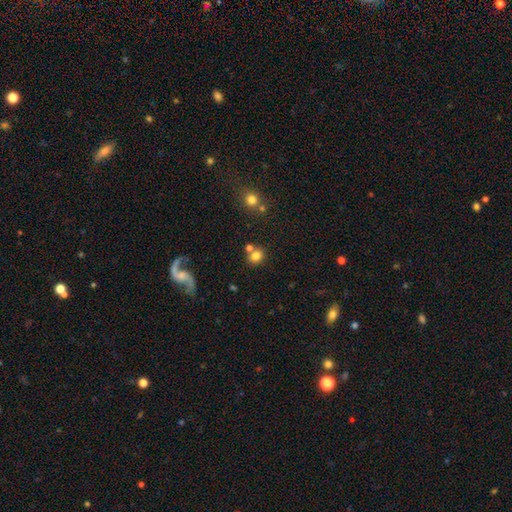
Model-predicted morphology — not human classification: type=smooth (78%); roundness=round (74%); merging=none (62%).